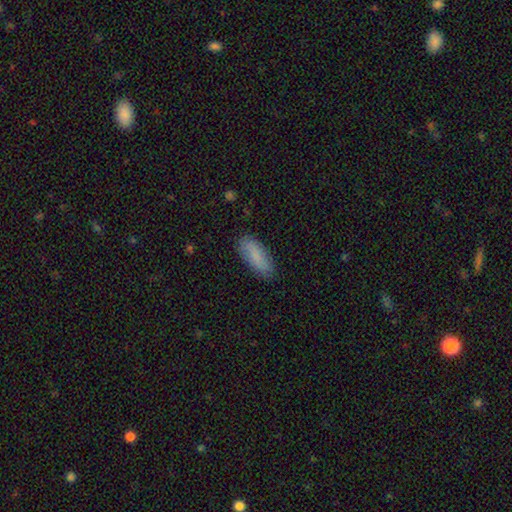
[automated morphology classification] A smooth galaxy with no disk features (85%) that is in between round and cigar-shaped (71%).

Vote fractions:
- Smooth or featured? smooth: 85% / featured or disk: 9% / star or artifact: 6%
- How rounded? in between: 71% / cigar-shaped: 27% / round: 2%
- Merging? none: 84% / minor disturbance: 12% / major disturbance: 3% / merger: 1%